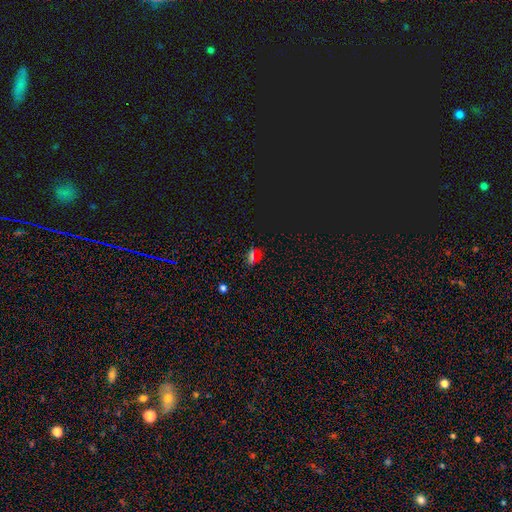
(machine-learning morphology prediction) This appears to be a smooth galaxy with no disk features (47%). Merging: none (83%).